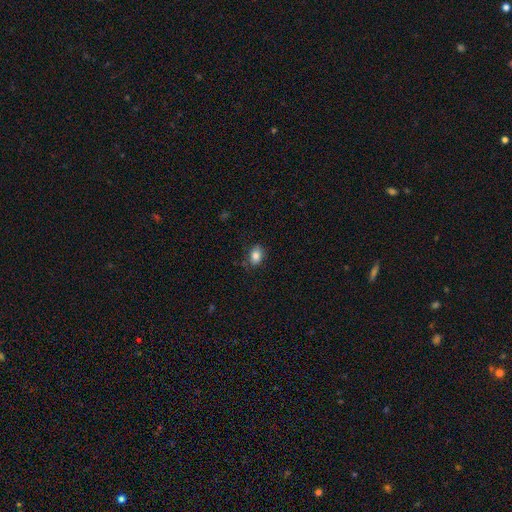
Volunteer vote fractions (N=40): A smooth galaxy with no disk features (88%) that is in between round and cigar-shaped (77%).

Vote fractions:
- Smooth or featured? smooth: 88% / star or artifact: 8% / featured or disk: 5%
- How rounded? in between: 77% / round: 20% / cigar-shaped: 3%
- Merging? none: 76% / minor disturbance: 19% / major disturbance: 5% / merger: 0%